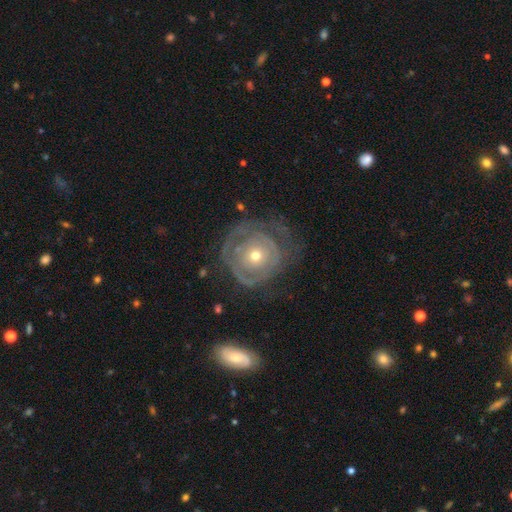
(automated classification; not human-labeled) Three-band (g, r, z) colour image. It shows a featured or disk galaxy (74%) with no bar (86%), spiral arms (66%) and a small central bulge (52%). Merging: none (57%).